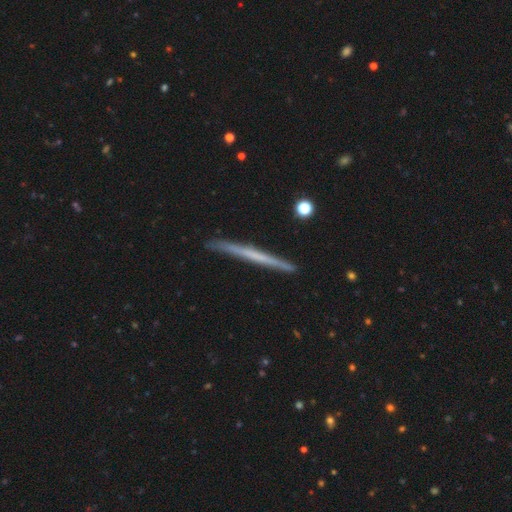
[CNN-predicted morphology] This is possibly a featured or disk galaxy (54%). It is clearly viewed edge-on (97%). Edge-on bulge: clearly none (90%). Merging: clearly none (90%).